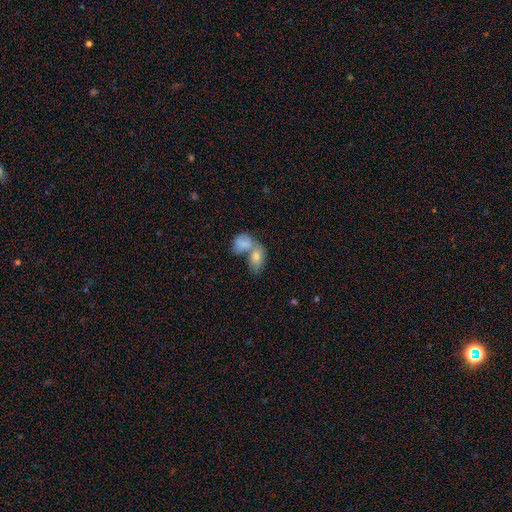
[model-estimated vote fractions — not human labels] Smooth or featured? Predicted: smooth (p=0.67). How rounded? Predicted: in between (p=0.76). Merging? Predicted: merger (p=0.64).